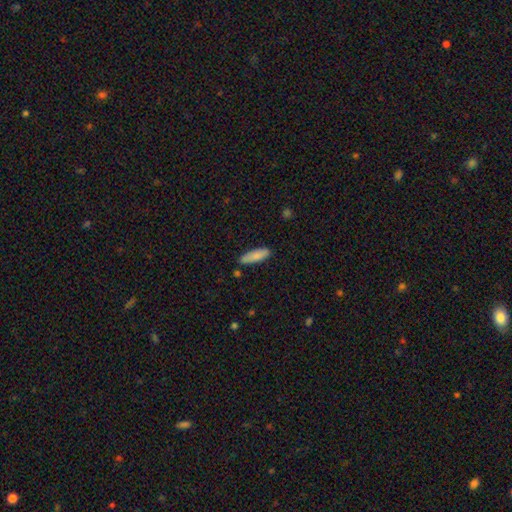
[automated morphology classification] Overall: smooth (84%). How rounded: cigar-shaped (52%; in between 46%). Merging: none (81%).